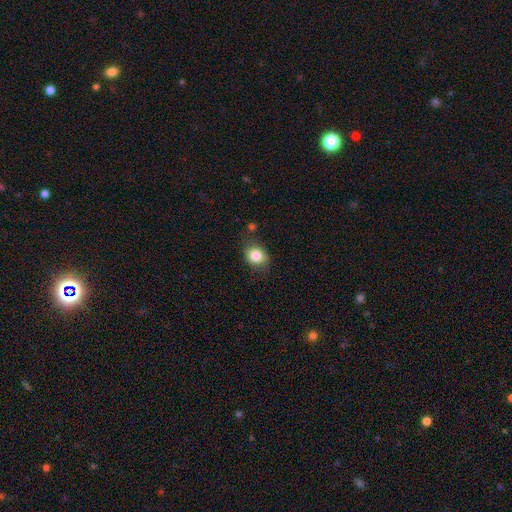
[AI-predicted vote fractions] smooth-or-featured: smooth: 83% | star or artifact: 9% | featured or disk: 8%
  how-rounded: round: 58% | in between: 41% | cigar-shaped: 1%
  merging: none: 71% | minor disturbance: 20% | major disturbance: 6% | merger: 3%